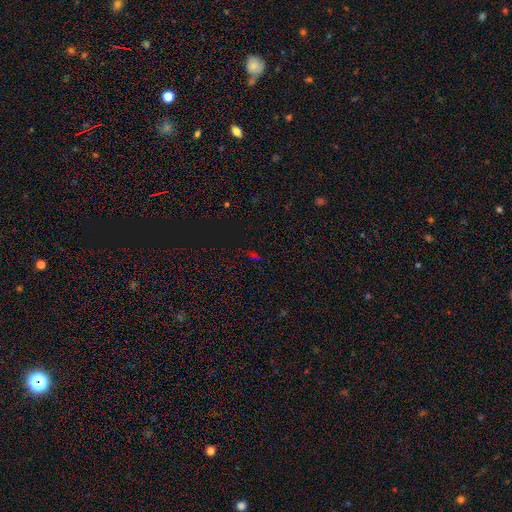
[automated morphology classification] Smooth or featured: star or artifact — 58% (smooth — 33%)